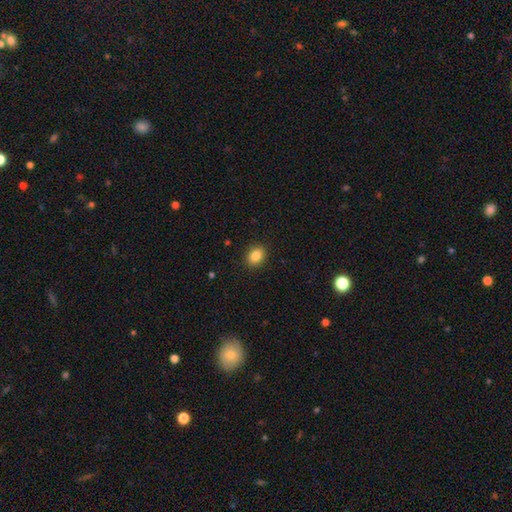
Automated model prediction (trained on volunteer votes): This is clearly a smooth galaxy (85%). How rounded: possibly in between (58%). Merging: clearly none (90%).